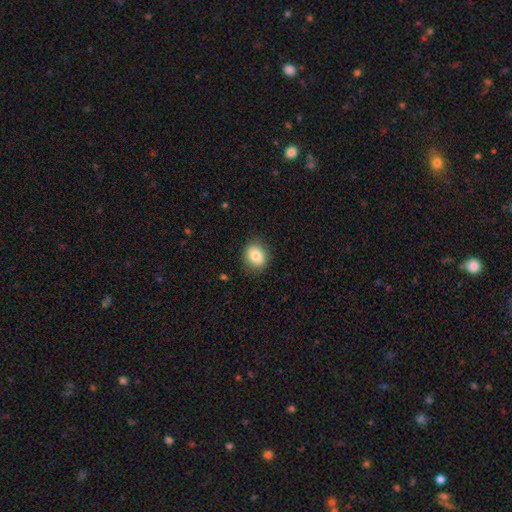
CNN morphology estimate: Smooth or featured? smooth (82%)
How rounded? round (60%)
Merging? none (85%)